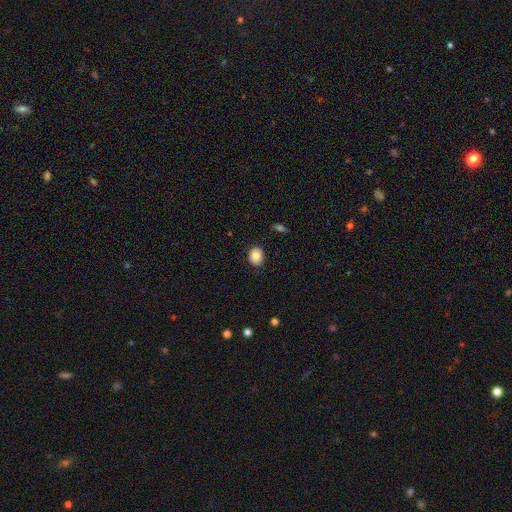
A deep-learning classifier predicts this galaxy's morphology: Smooth or featured?
  - smooth: 81% *
  - featured or disk: 10%
  - star or artifact: 9%
How rounded?
  - round: 65% *
  - in between: 34%
  - cigar-shaped: 1%
Merging?
  - none: 88% *
  - minor disturbance: 9%
  - major disturbance: 2%
  - merger: 1%